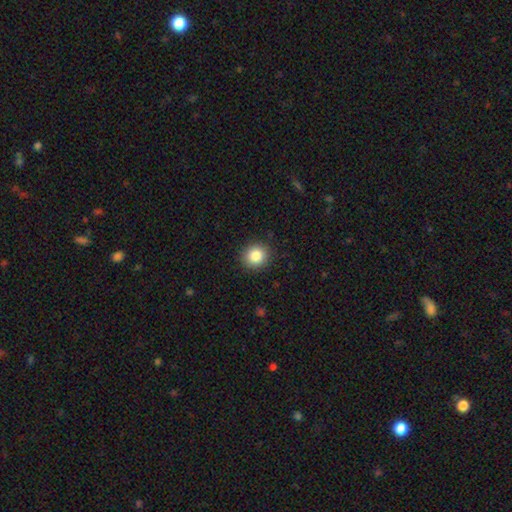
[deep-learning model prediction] Overall: smooth (85%). How rounded: round (86%). Merging: none (90%).